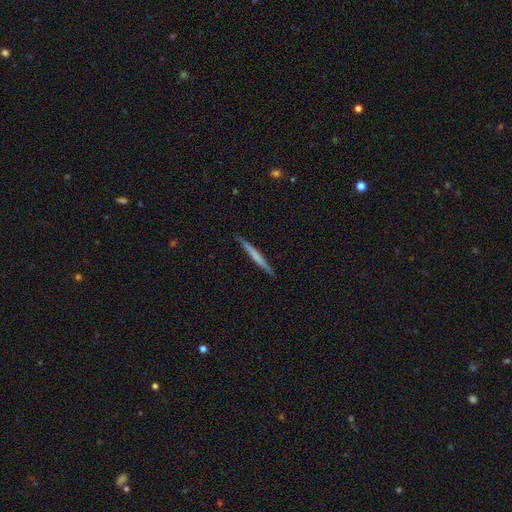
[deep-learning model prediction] This is possibly a smooth galaxy (53%). How rounded: clearly cigar-shaped (97%). Merging: clearly none (90%).